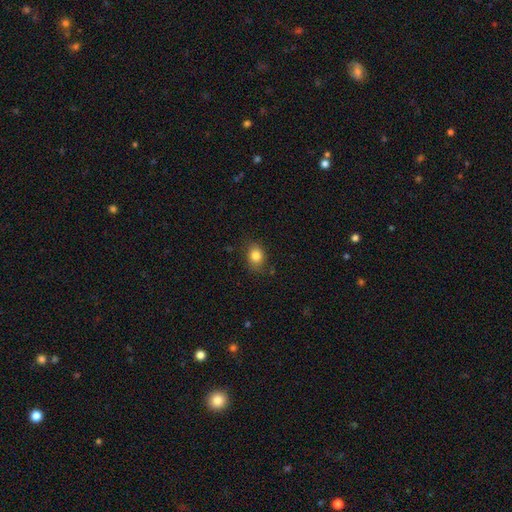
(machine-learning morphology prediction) Smooth or featured?
  - smooth: 82% *
  - star or artifact: 10%
  - featured or disk: 8%
How rounded?
  - in between: 60% *
  - round: 39%
  - cigar-shaped: 1%
Merging?
  - none: 79% *
  - minor disturbance: 16%
  - major disturbance: 4%
  - merger: 2%